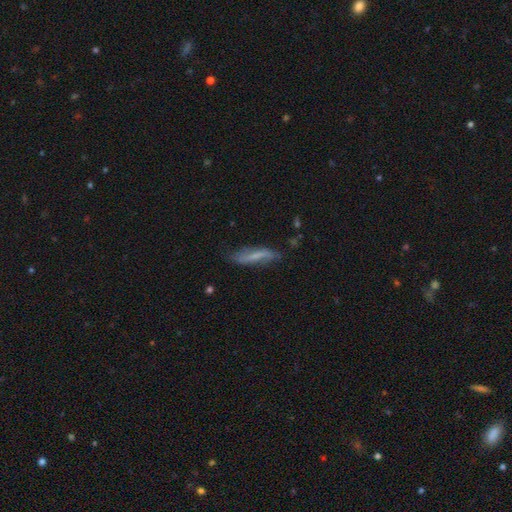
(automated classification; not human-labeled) This appears to be a featured or disk galaxy (48%). Merging: none (64%).